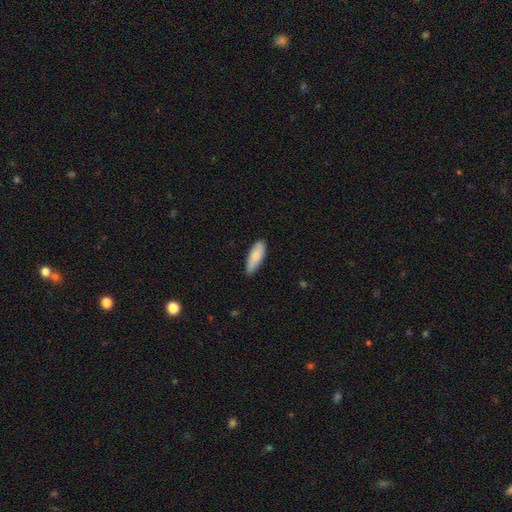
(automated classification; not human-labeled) Smooth or featured?
  - smooth: 81% *
  - featured or disk: 13%
  - star or artifact: 5%
How rounded?
  - in between: 65% *
  - cigar-shaped: 33%
  - round: 2%
Merging?
  - none: 82% *
  - minor disturbance: 15%
  - major disturbance: 2%
  - merger: 1%